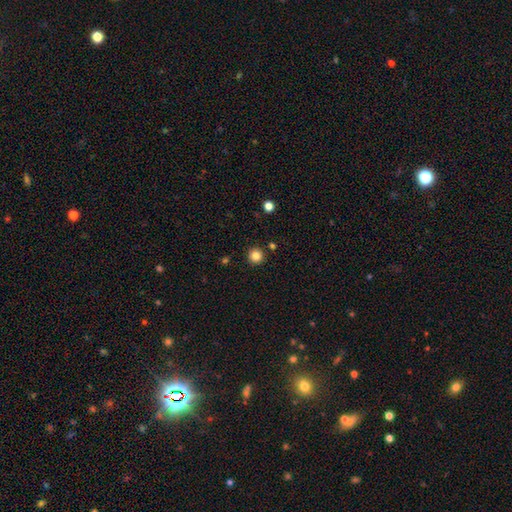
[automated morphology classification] smooth-or-featured: smooth: 84% | star or artifact: 12% | featured or disk: 4%
  how-rounded: round: 96% | in between: 3% | cigar-shaped: 1%
  merging: none: 91% | minor disturbance: 5% | merger: 2% | major disturbance: 2%